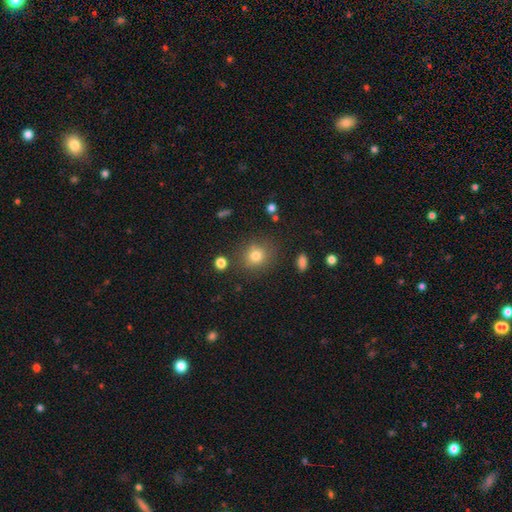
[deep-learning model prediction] Smooth or featured? smooth (78%)
How rounded? round (83%)
Merging? none (82%)